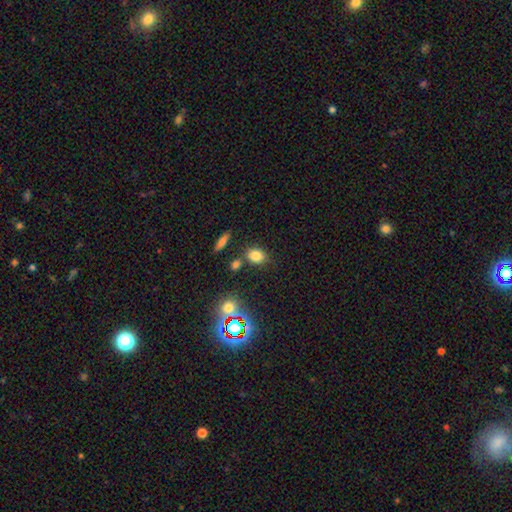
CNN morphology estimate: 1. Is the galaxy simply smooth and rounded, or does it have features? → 79% smooth, 14% star or artifact, 7% featured or disk.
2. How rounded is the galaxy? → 61% in between, 37% round, 2% cigar-shaped.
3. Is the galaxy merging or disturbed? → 72% none, 13% minor disturbance, 11% merger, 4% major disturbance.